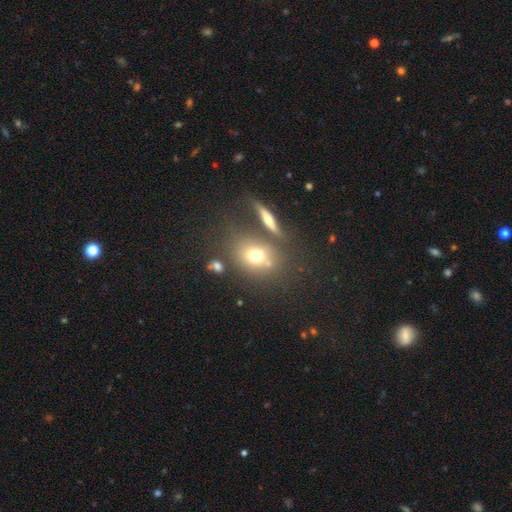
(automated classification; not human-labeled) Overall: smooth (66%). How rounded: round (53%; in between 44%). Merging: none (62%).